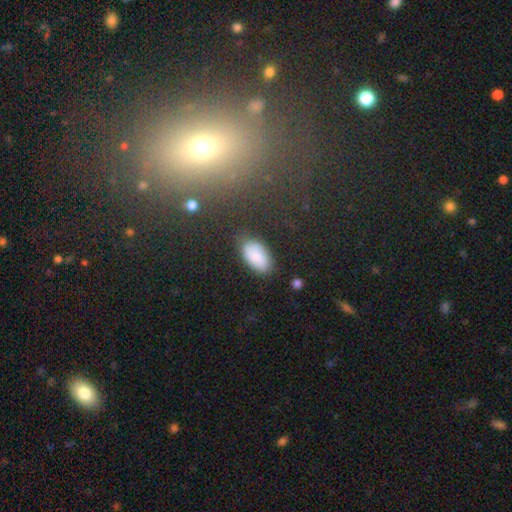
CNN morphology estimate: smooth-or-featured: smooth: 82% | featured or disk: 9% | star or artifact: 9%
  how-rounded: in between: 94% | round: 4% | cigar-shaped: 2%
  merging: none: 75% | minor disturbance: 17% | major disturbance: 5% | merger: 3%